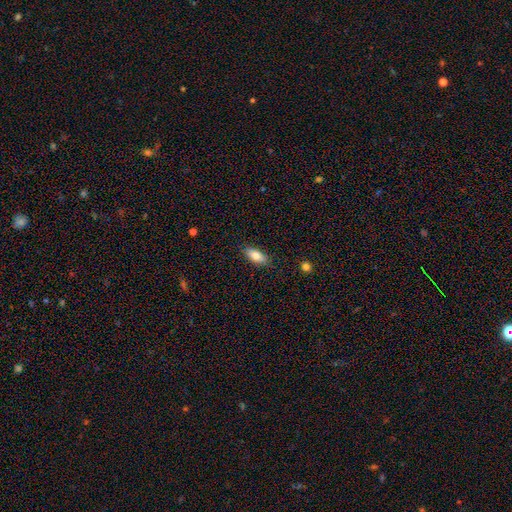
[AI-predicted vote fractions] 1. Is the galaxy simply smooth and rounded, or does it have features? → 81% smooth, 12% featured or disk, 7% star or artifact.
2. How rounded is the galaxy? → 84% in between, 13% cigar-shaped, 3% round.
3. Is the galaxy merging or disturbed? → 86% none, 11% minor disturbance, 2% major disturbance, 1% merger.